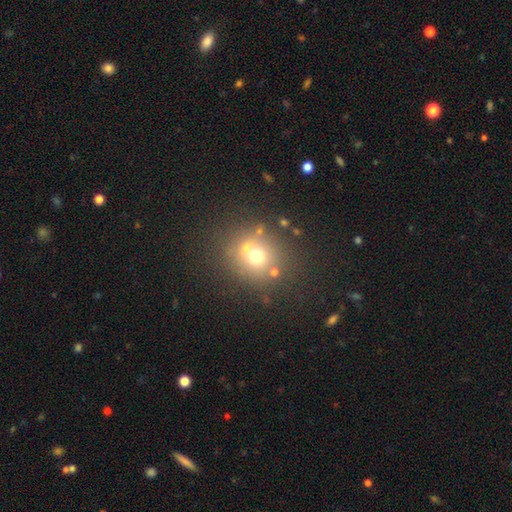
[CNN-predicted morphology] Smooth or featured: smooth — 62% (star or artifact — 19%)
How rounded: round — 81% (in between — 18%)
Merging: none — 62% (merger — 22%)